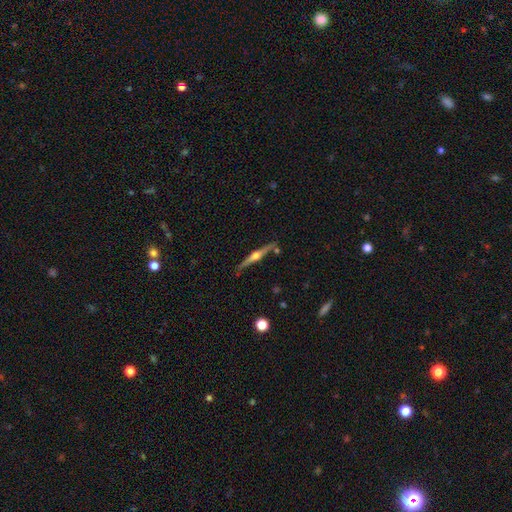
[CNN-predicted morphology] A featured or disk galaxy (79%) viewed edge-on (98%) with a rounded central bulge (94%).

Vote fractions:
- Smooth or featured? featured or disk: 79% / smooth: 15% / star or artifact: 6%
- Edge-on disk? yes: 98% / no: 2%
- Edge-on bulge? rounded: 94% / boxy: 4% / none: 2%
- Merging? none: 83% / minor disturbance: 10% / merger: 4% / major disturbance: 2%